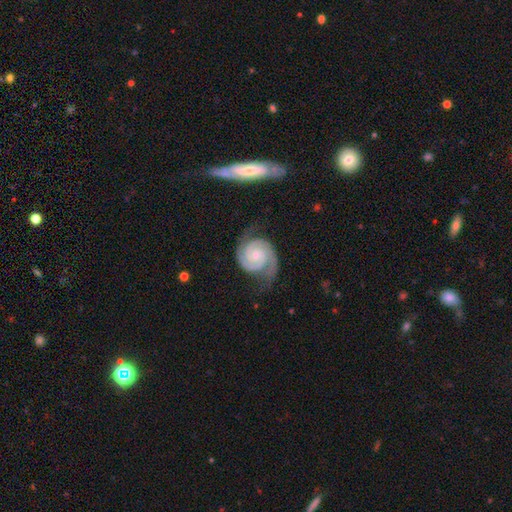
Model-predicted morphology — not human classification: Overall: featured or disk (93%). Edge-on disk: no (98%). Bar: no (70%). Spiral arms: yes (99%). Spiral arm count: 2 (89%). Spiral winding: tight (76%). Bulge size: small (62%; moderate 24%). Merging: none (73%).